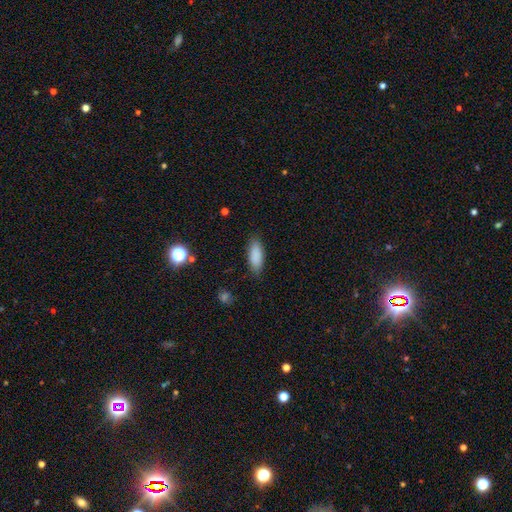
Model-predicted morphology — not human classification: Smooth or featured? smooth (87%)
How rounded? in between (74%)
Merging? none (84%)